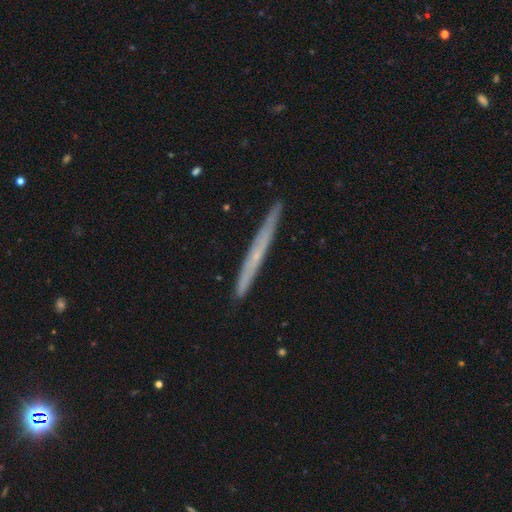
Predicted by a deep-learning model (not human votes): Smooth or featured: featured or disk — 53% (smooth — 40%)
Edge-on disk: yes — 96% (no — 4%)
Edge-on bulge: none — 78% (rounded — 19%)
Merging: none — 90% (minor disturbance — 8%)